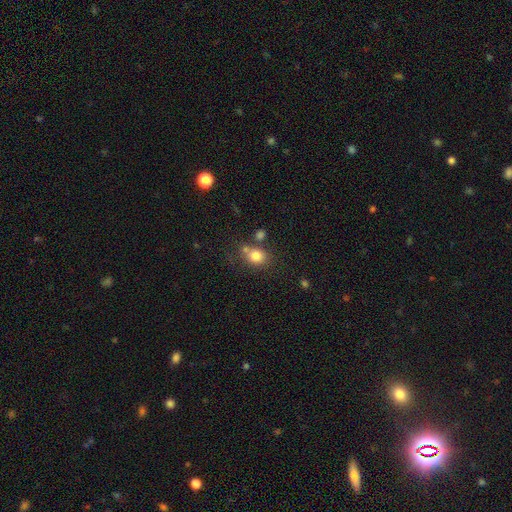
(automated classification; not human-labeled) Morphology: type=smooth (80%); roundness=round (64%); merging=none (60%).